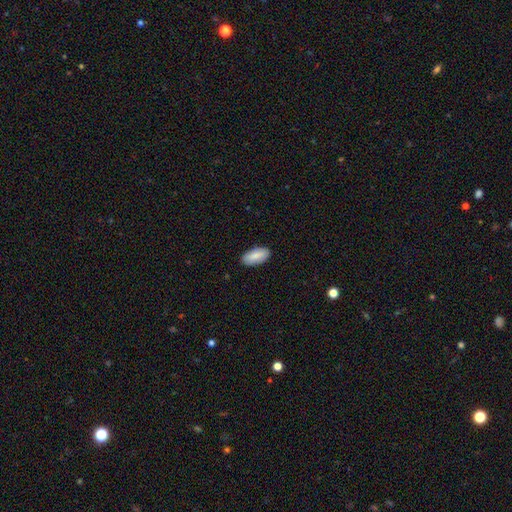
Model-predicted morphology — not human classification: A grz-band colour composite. It shows a smooth galaxy with no disk features (84%) that is in between round and cigar-shaped (90%). Merging: none (87%).